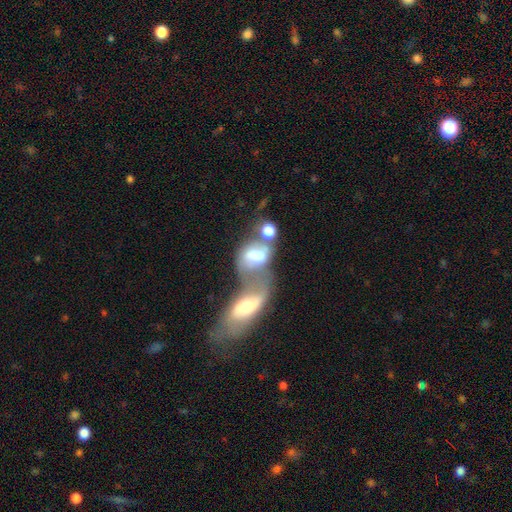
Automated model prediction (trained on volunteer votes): The model was most divided on "smooth or featured": smooth: 49%, featured or disk: 41%, star or artifact: 10%. More confident: merging — merger (69%).